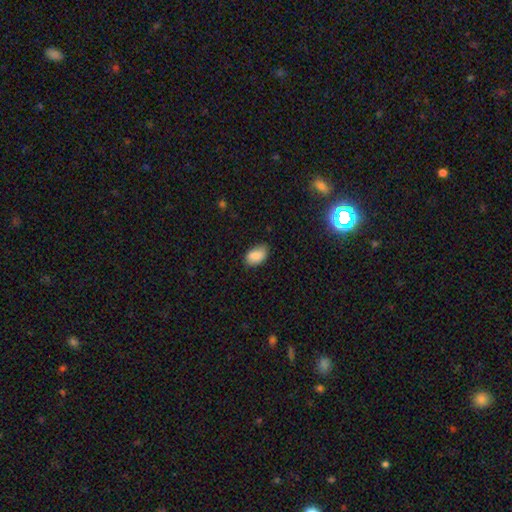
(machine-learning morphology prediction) Smooth or featured? Predicted: smooth (p=0.88). How rounded? Predicted: in between (p=0.90). Merging? Predicted: none (p=0.71).